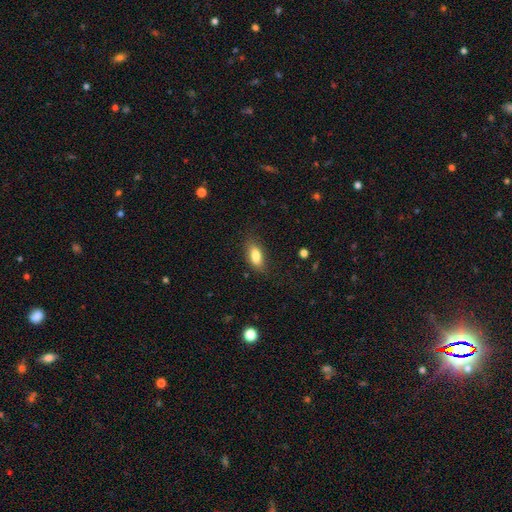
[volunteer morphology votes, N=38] smooth 92%, star or artifact 5%, featured or disk 3%. Down the decision tree: how rounded — in between (91%); merging — none (67%).